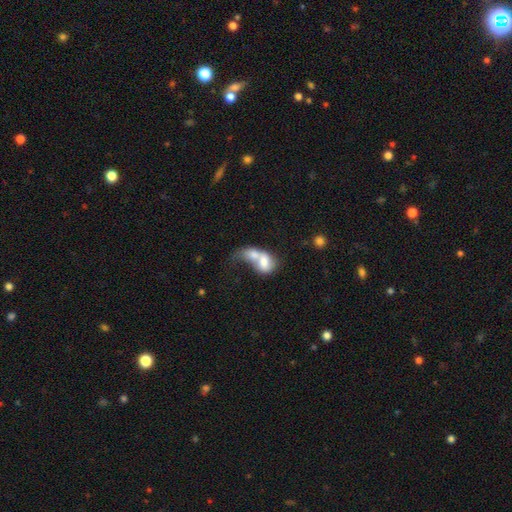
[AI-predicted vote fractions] smooth 60%, featured or disk 31%, star or artifact 9%. Down the decision tree: how rounded — in between (64%); merging — merger (75%).